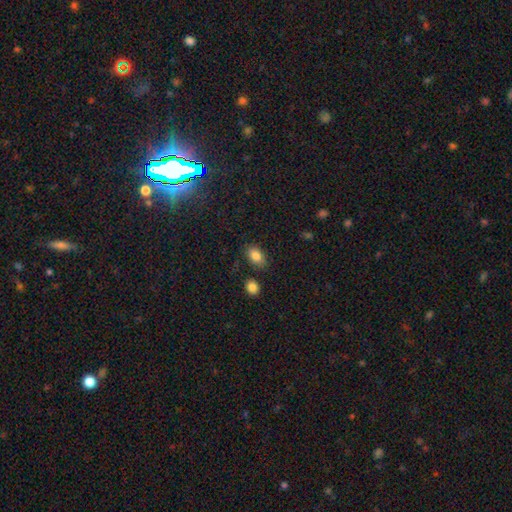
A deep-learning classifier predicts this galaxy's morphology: A smooth galaxy with no disk features (85%) that is in between round and cigar-shaped (86%).

Vote fractions:
- Smooth or featured? smooth: 85% / star or artifact: 9% / featured or disk: 7%
- How rounded? in between: 86% / round: 12% / cigar-shaped: 2%
- Merging? none: 78% / minor disturbance: 14% / merger: 5% / major disturbance: 3%